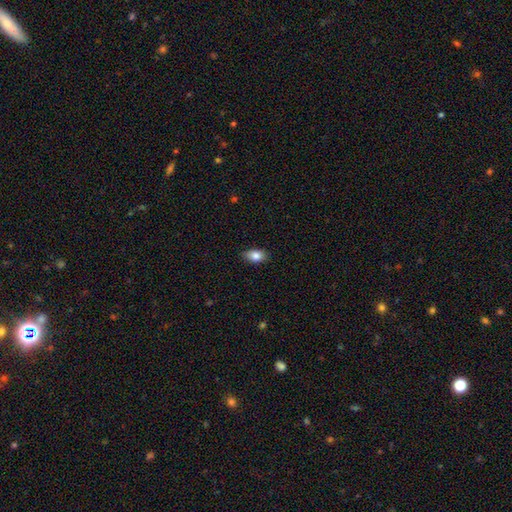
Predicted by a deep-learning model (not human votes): A smooth galaxy with no disk features (83%) that is in between round and cigar-shaped (87%).

Vote fractions:
- Smooth or featured? smooth: 83% / featured or disk: 9% / star or artifact: 8%
- How rounded? in between: 87% / round: 10% / cigar-shaped: 3%
- Merging? none: 84% / minor disturbance: 13% / major disturbance: 2% / merger: 1%